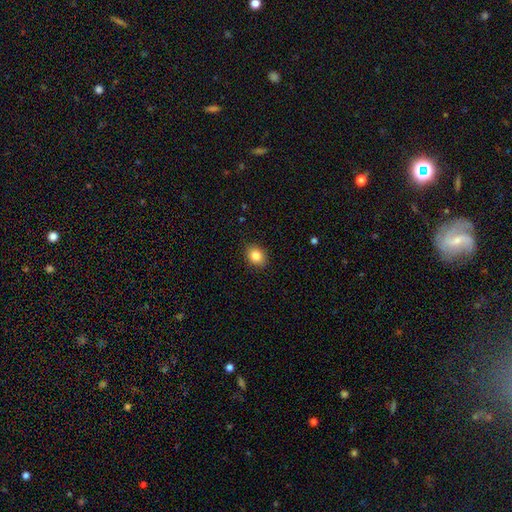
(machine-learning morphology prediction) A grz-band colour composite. It shows a smooth galaxy with no disk features (85%) that is in between round and cigar-shaped (51%). Merging: none (89%).